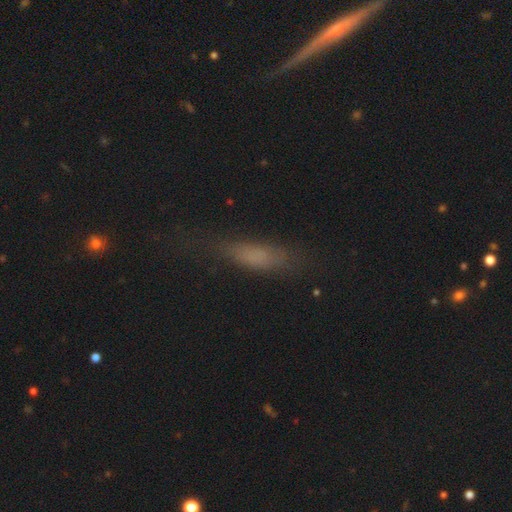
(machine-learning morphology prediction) This is likely a smooth galaxy (66%). How rounded: possibly cigar-shaped (58%). Merging: likely none (62%).